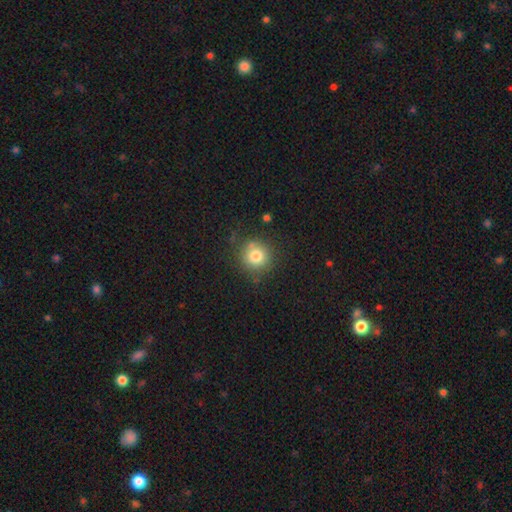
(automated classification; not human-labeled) Q: Smooth or featured?
A: smooth (79%); runner-up: star or artifact (12%)
Q: How rounded?
A: round (92%); runner-up: in between (7%)
Q: Merging?
A: none (79%); runner-up: minor disturbance (13%)